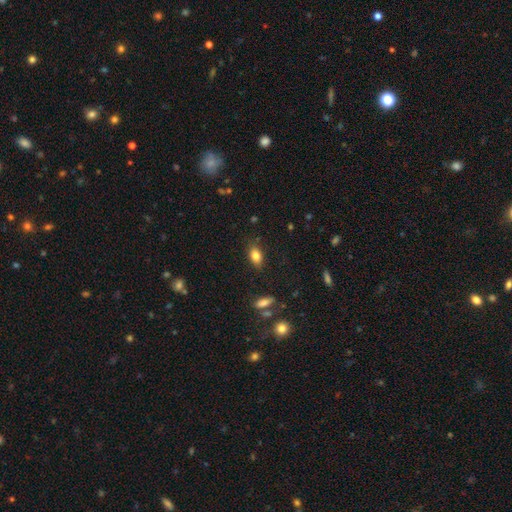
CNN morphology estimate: The model was most divided on "merging": none: 82%, minor disturbance: 13%, major disturbance: 3%, merger: 2%. More confident: how rounded — in between (85%); smooth or featured — smooth (82%).